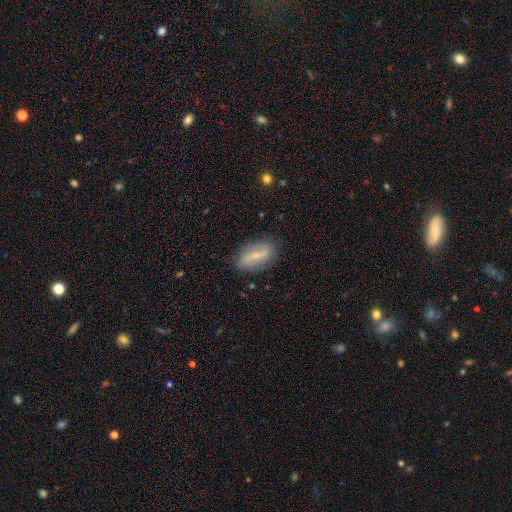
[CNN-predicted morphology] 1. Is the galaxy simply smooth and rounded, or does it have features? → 59% featured or disk, 33% smooth, 8% star or artifact.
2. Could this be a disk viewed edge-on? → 88% no, 12% yes.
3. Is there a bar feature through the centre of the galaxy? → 41% strong, 39% weak, 20% no.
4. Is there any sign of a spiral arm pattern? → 69% yes, 31% no.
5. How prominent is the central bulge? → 64% small, 25% moderate, 8% none, 2% large, 1% dominant.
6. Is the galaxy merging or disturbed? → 81% none, 13% minor disturbance, 3% major disturbance, 2% merger.